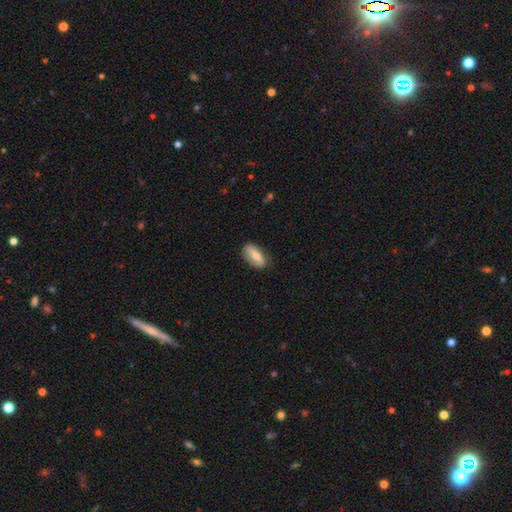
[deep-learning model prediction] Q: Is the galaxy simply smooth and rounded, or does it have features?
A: smooth — 69%.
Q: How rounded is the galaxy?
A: in between — 80%.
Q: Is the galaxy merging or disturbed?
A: none — 80%.